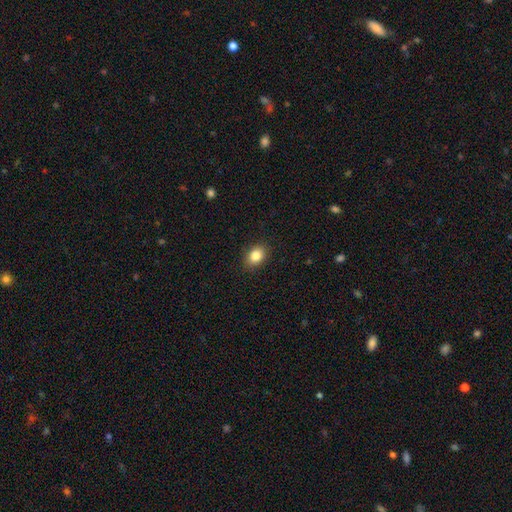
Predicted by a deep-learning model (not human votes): A smooth galaxy with no disk features (85%) that is in between round and cigar-shaped (61%). Merging: none (88%).